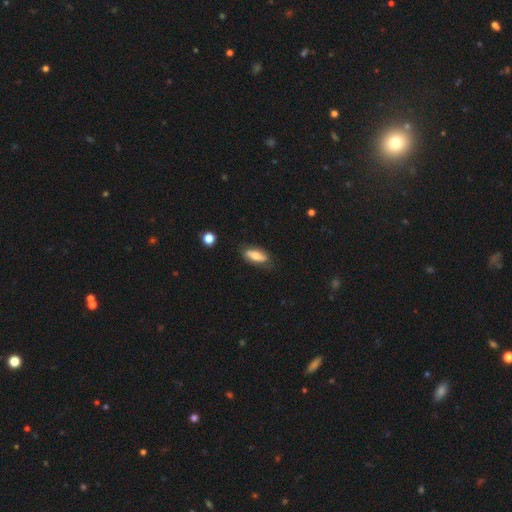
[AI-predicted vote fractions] Smooth or featured? Predicted: smooth (p=0.58). How rounded? Predicted: in between (p=0.74). Merging? Predicted: none (p=0.77).